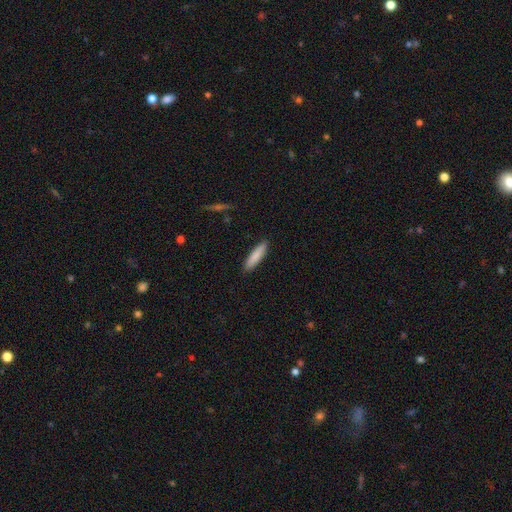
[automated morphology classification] A smooth galaxy with no disk features (85%) that is cigar-shaped (77%). Merging: none (90%).